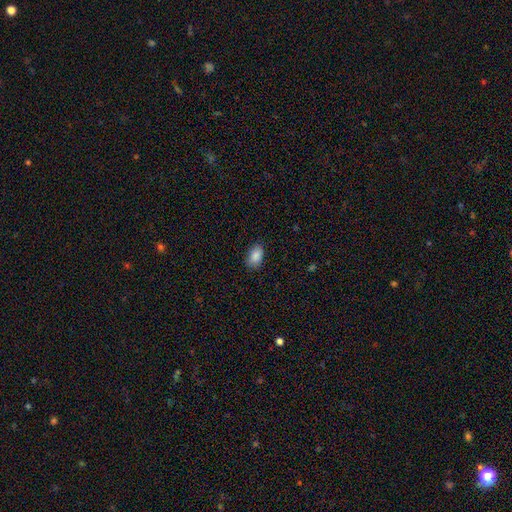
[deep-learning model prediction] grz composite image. It shows a smooth galaxy with no disk features (88%) that is in between round and cigar-shaped (91%). Merging: none (83%).